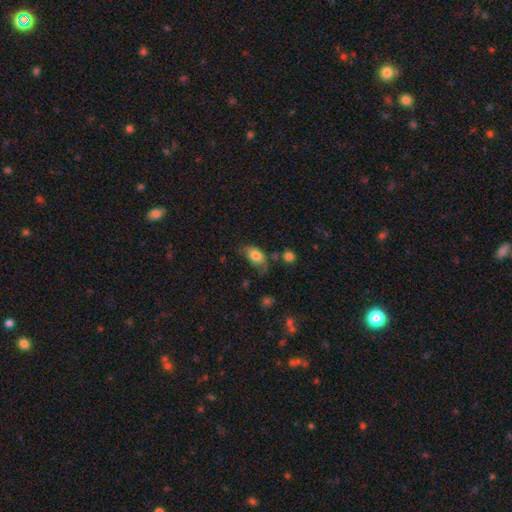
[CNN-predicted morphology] smooth-or-featured: smooth: 78% | featured or disk: 13% | star or artifact: 8%
  how-rounded: in between: 89% | round: 8% | cigar-shaped: 3%
  merging: none: 49% | minor disturbance: 32% | major disturbance: 13% | merger: 6%